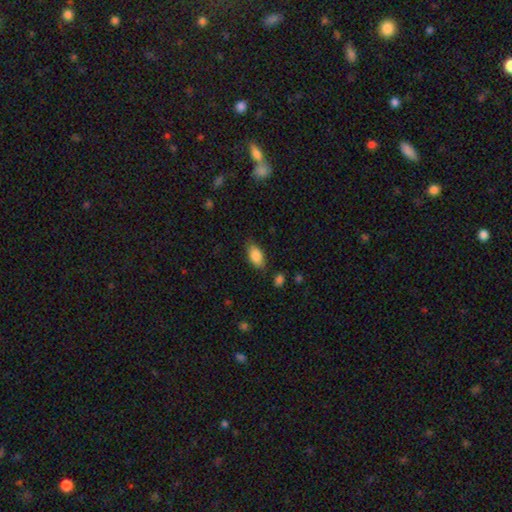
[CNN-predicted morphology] smooth 85%, featured or disk 8%, star or artifact 7%. Down the decision tree: how rounded — in between (91%); merging — none (78%).